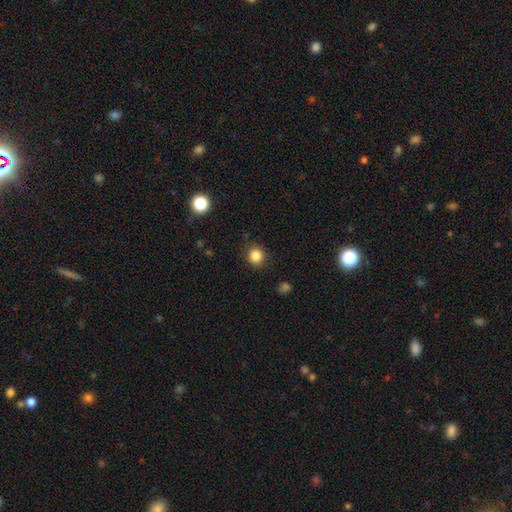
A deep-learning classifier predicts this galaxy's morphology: This appears to be a smooth galaxy with no disk features (85%) that is round (87%). Merging: none (86%).